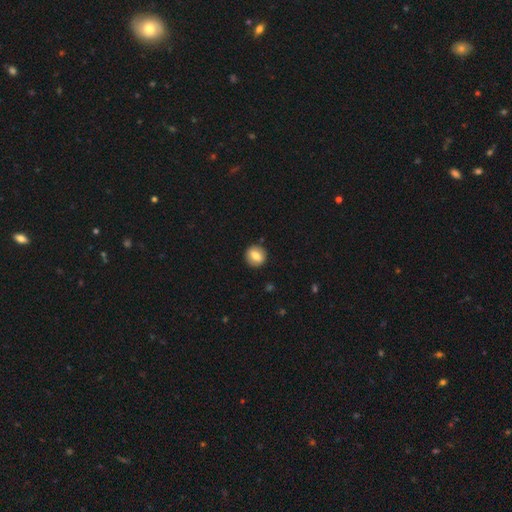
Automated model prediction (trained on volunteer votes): Smooth or featured?
  - smooth: 72% *
  - featured or disk: 21%
  - star or artifact: 8%
How rounded?
  - round: 80% *
  - in between: 19%
  - cigar-shaped: 1%
Merging?
  - none: 89% *
  - minor disturbance: 7%
  - major disturbance: 2%
  - merger: 1%